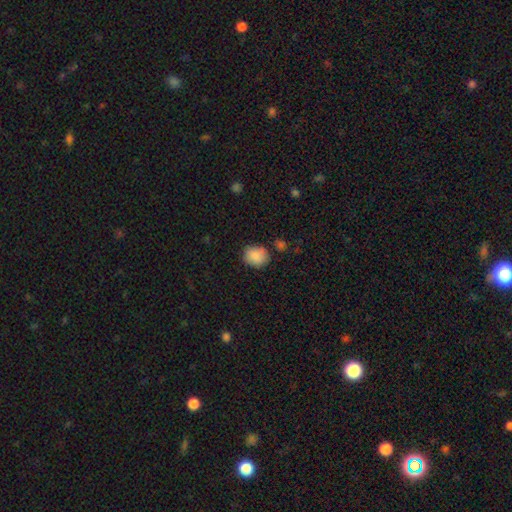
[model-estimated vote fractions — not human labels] smooth_or_featured: smooth (p=0.87) [alt: star or artifact p=0.08]
how_rounded: round (p=0.60) [alt: in between p=0.39]
merging: none (p=0.75) [alt: minor disturbance p=0.17]